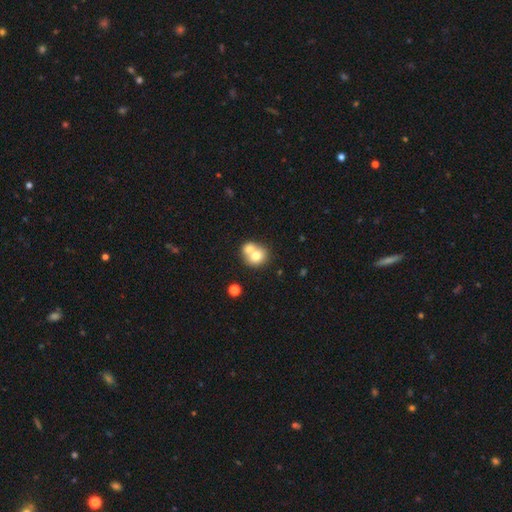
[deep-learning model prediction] Overall: smooth (70%). How rounded: round (75%). Merging: merger (64%; none 28%).